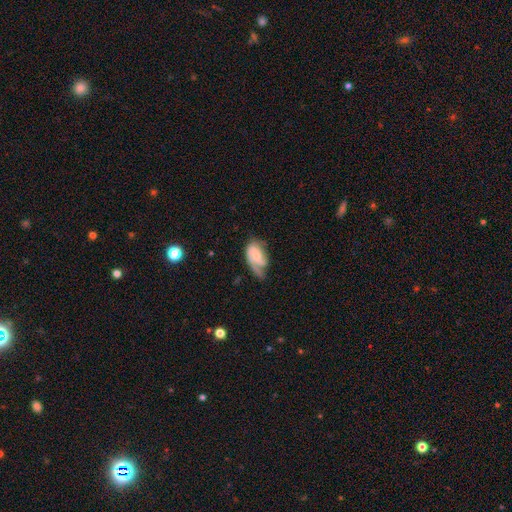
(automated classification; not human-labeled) The model was most divided on "spiral arm count": 2: 42%, 1: 40%, can't tell: 12%, 3: 4%, 4: 1%, more than 4: 1%. Remaining: edge-on disk — no (96%); spiral arms — yes (90%); smooth or featured — featured or disk (70%); bar — no (58%); bulge size — small (52%); merging — none (45%); spiral winding — medium (41%).